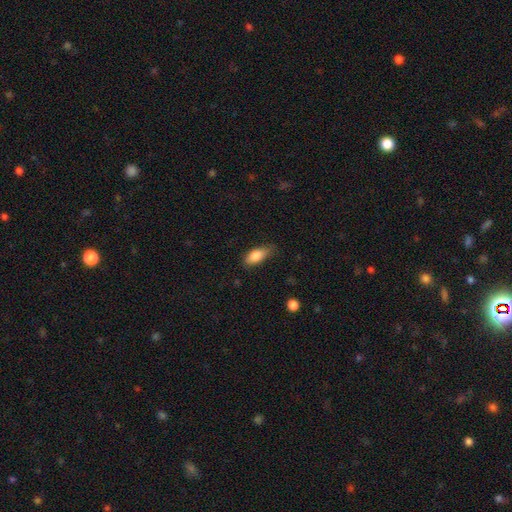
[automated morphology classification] Smooth or featured: smooth — 81% (featured or disk — 12%)
How rounded: in between — 81% (cigar-shaped — 15%)
Merging: none — 70% (minor disturbance — 24%)